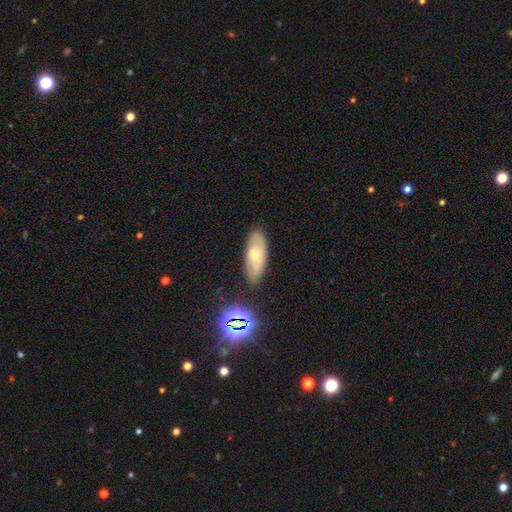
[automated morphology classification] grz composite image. It shows a smooth galaxy with no disk features (46%). Merging: none (82%).